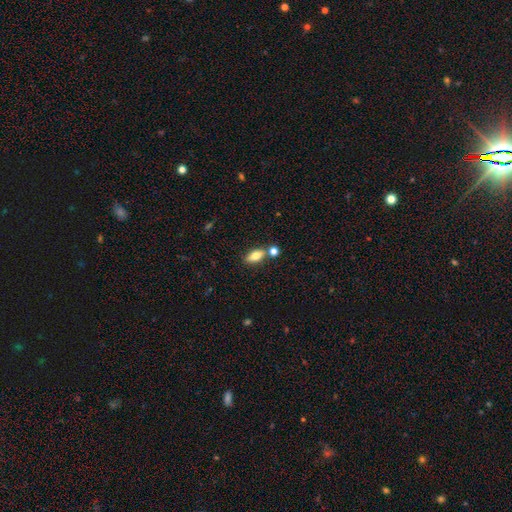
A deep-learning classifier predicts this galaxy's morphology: A smooth galaxy with no disk features (74%) that is in between round and cigar-shaped (81%).

Vote fractions:
- Smooth or featured? smooth: 74% / featured or disk: 18% / star or artifact: 8%
- How rounded? in between: 81% / cigar-shaped: 13% / round: 5%
- Merging? none: 66% / merger: 20% / minor disturbance: 11% / major disturbance: 3%